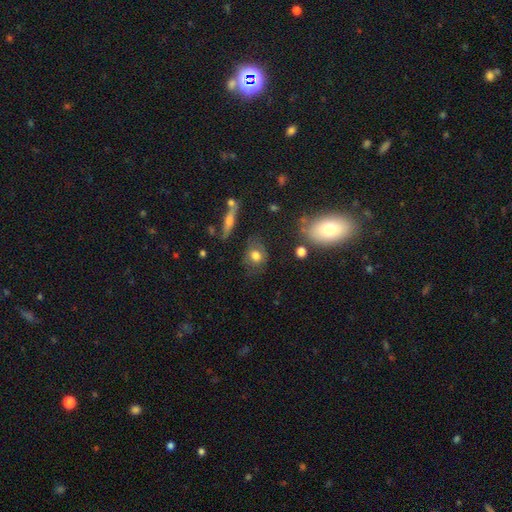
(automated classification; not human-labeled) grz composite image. It shows a smooth galaxy with no disk features (71%) that is round (58%). Merging: none (68%).